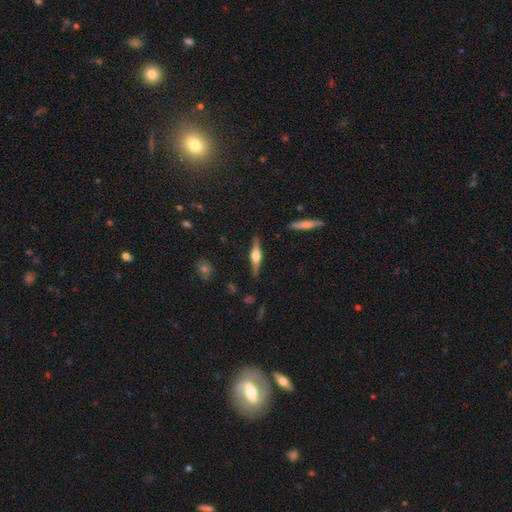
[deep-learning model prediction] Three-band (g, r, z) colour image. It shows a featured or disk galaxy (73%) viewed edge-on (97%) with a rounded central bulge (92%). Merging: none (88%).